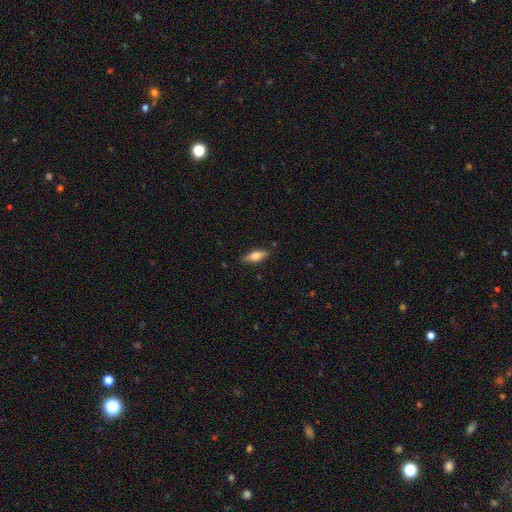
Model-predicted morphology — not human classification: This is likely a smooth galaxy (68%). How rounded: likely in between (63%). Merging: clearly none (85%).